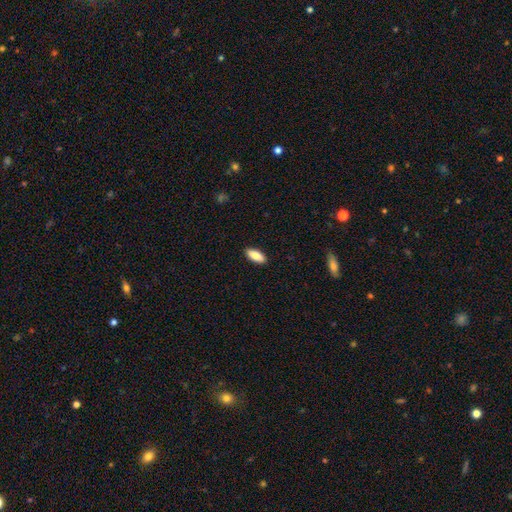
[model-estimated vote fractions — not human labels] Smooth or featured? smooth (86%)
How rounded? in between (81%)
Merging? none (90%)